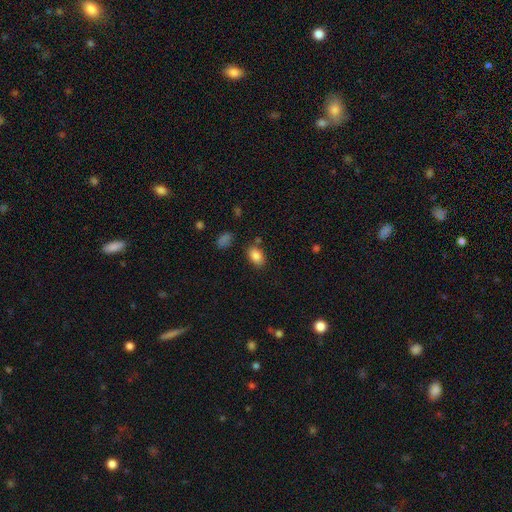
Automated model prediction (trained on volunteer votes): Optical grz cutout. It shows a smooth galaxy with no disk features (86%) that is in between round and cigar-shaped (86%). Merging: none (79%).